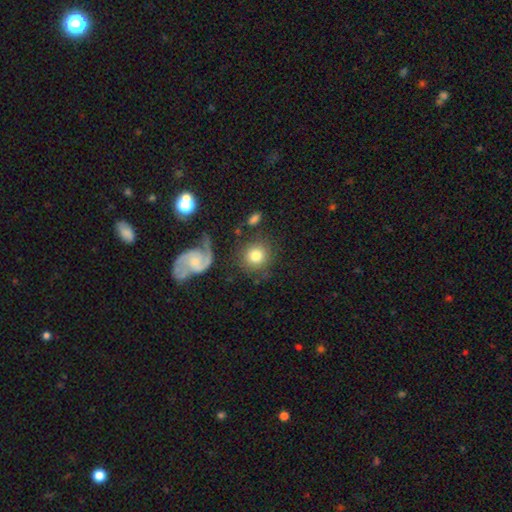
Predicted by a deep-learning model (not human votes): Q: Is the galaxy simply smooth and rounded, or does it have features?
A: smooth — 73%.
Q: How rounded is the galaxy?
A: round — 90%.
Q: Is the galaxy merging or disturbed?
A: none — 75%.